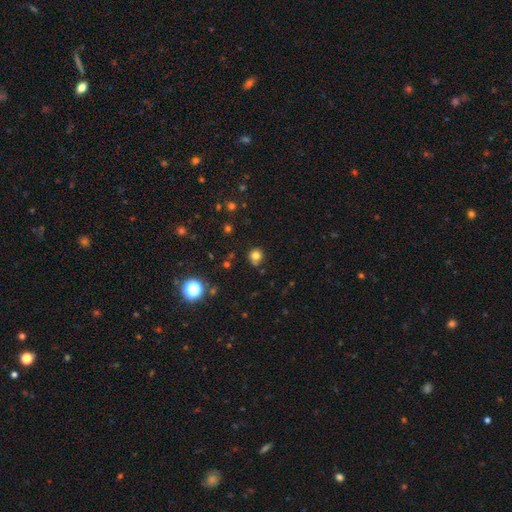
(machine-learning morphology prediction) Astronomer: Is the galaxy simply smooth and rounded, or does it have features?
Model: smooth — 77%.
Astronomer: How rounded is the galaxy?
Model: round — 87%.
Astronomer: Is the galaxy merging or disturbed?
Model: none — 73%.